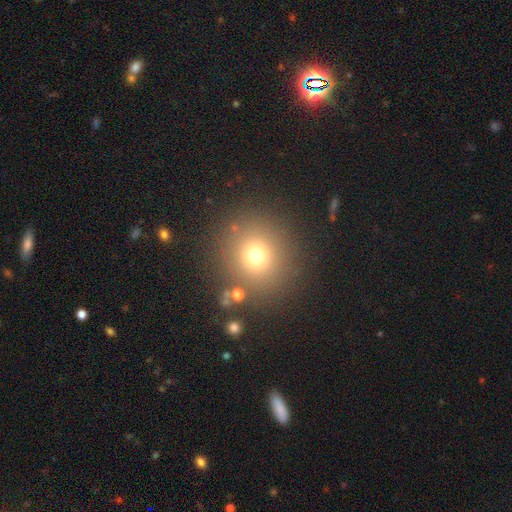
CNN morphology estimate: smooth_or_featured: smooth (p=0.71) [alt: star or artifact p=0.19]
how_rounded: round (p=0.92) [alt: in between p=0.07]
merging: none (p=0.86) [alt: minor disturbance p=0.07]